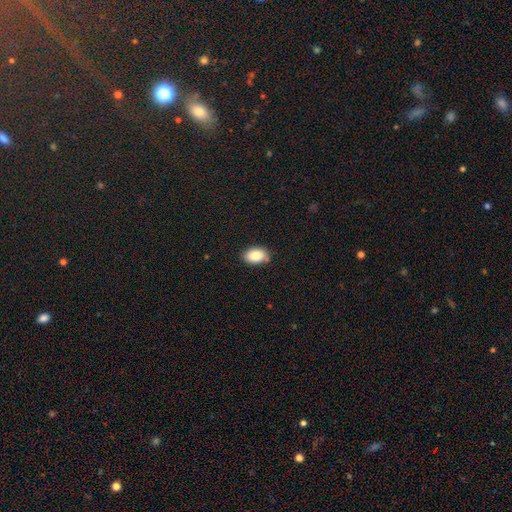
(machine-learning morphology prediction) type=smooth (86%); roundness=in between (89%); merging=none (81%).